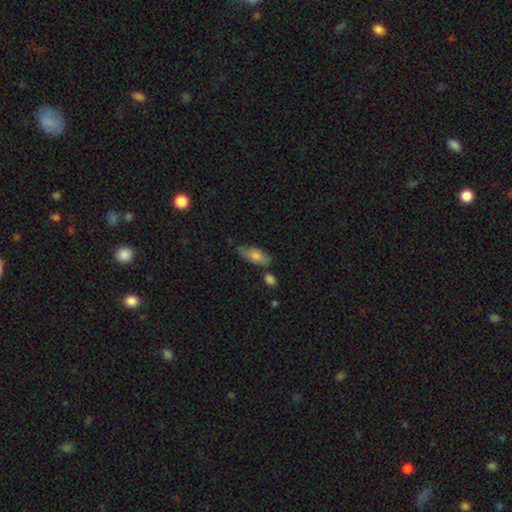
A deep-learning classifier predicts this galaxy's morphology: This is likely a smooth galaxy (73%). How rounded: likely in between (76%). Merging: likely none (70%).